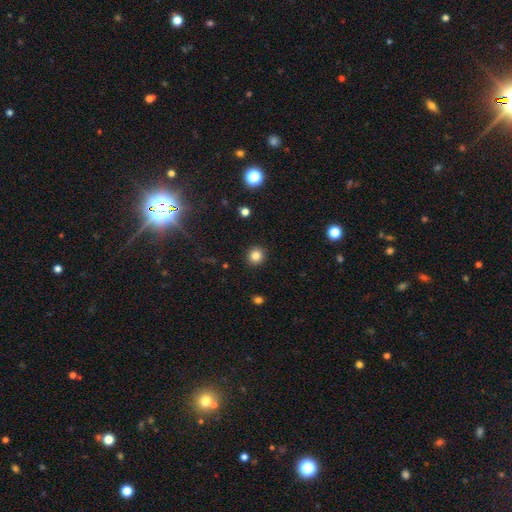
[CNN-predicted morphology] Overall: smooth (83%). How rounded: round (93%). Merging: none (92%).